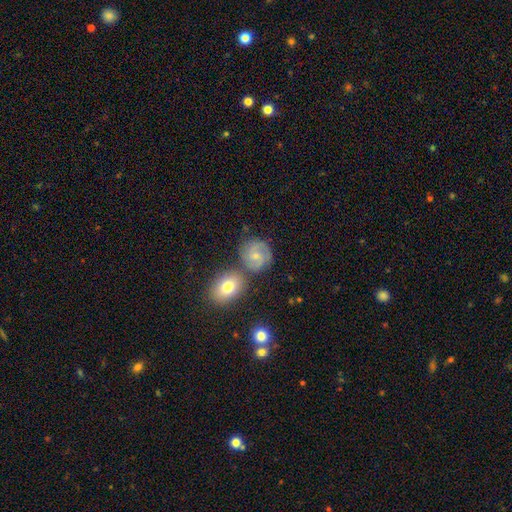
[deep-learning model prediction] Morphology: type=featured or disk (55%); edge-on=no (97%); bar=no (64%); spiral arms=yes (86%); bulge=small (65%); merging=none (61%).